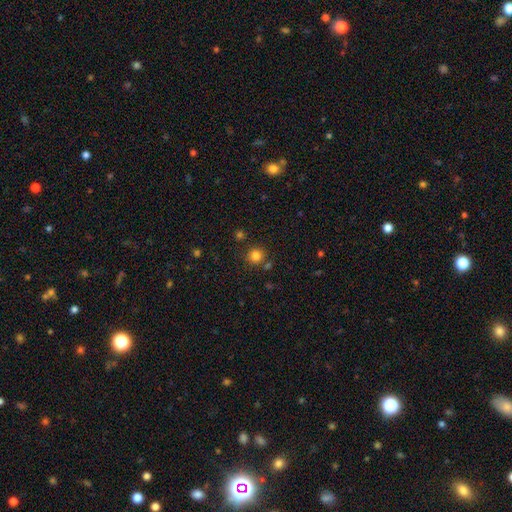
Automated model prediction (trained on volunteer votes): Overall: smooth (81%). How rounded: round (92%). Merging: none (83%).